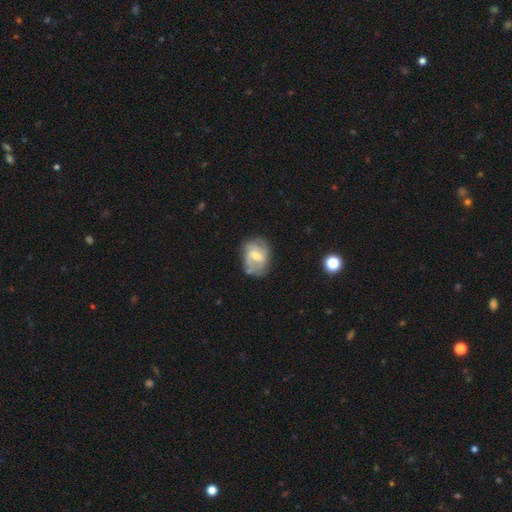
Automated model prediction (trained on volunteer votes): A featured or disk galaxy (66%) with a weak bar (55%), 2 (50%) medium (43%) spiral arms (82%) and a moderate central bulge (52%).

Vote fractions:
- Smooth or featured? featured or disk: 66% / smooth: 28% / star or artifact: 7%
- Edge-on disk? no: 97% / yes: 3%
- Bar? weak: 55% / no: 31% / strong: 14%
- Spiral arms? yes: 82% / no: 18%
- Spiral winding? medium: 43% / tight: 37% / loose: 21%
- Spiral arm count? 2: 50% / can't tell: 28% / 3: 13% / 1: 4% / 4: 3% / more than 4: 2%
- Bulge size? moderate: 52% / small: 39% / large: 4% / none: 4% / dominant: 1%
- Merging? none: 63% / minor disturbance: 25% / major disturbance: 9% / merger: 3%